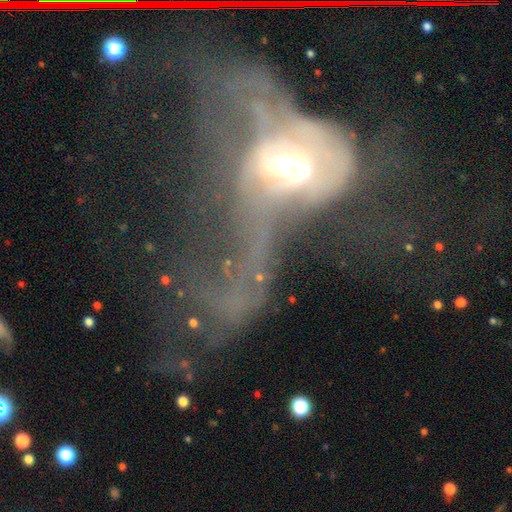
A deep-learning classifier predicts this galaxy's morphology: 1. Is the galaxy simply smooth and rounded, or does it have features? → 61% featured or disk, 25% smooth, 14% star or artifact.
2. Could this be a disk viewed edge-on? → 92% no, 8% yes.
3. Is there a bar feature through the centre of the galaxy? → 69% no, 21% weak, 10% strong.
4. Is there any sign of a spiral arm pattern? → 64% no, 36% yes.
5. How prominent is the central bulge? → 60% moderate, 18% small, 15% large, 4% dominant, 3% none.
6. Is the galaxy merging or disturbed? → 57% major disturbance, 27% merger, 9% none, 7% minor disturbance.